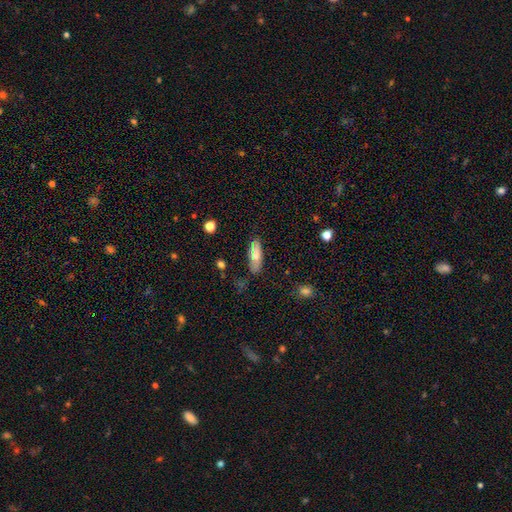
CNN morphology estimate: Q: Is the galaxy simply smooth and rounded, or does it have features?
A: smooth — 70%.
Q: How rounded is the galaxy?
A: in between — 64%.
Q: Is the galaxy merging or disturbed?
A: none — 70%.